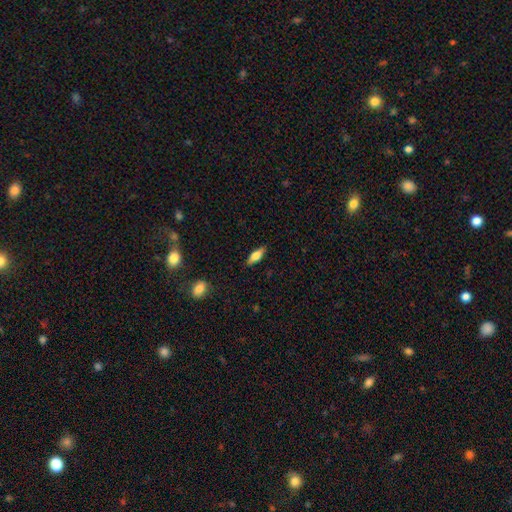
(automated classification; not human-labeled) A smooth galaxy with no disk features (66%) that is in between round and cigar-shaped (65%).

Vote fractions:
- Smooth or featured? smooth: 66% / featured or disk: 27% / star or artifact: 7%
- How rounded? in between: 65% / cigar-shaped: 32% / round: 3%
- Merging? none: 87% / minor disturbance: 10% / major disturbance: 2% / merger: 1%